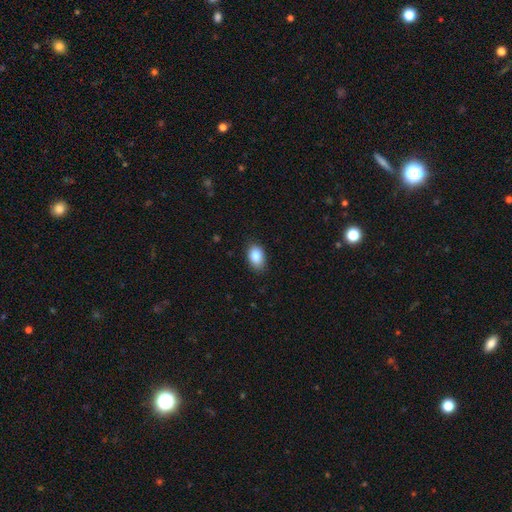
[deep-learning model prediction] Morphology: type=smooth (86%); roundness=in between (87%); merging=none (84%).